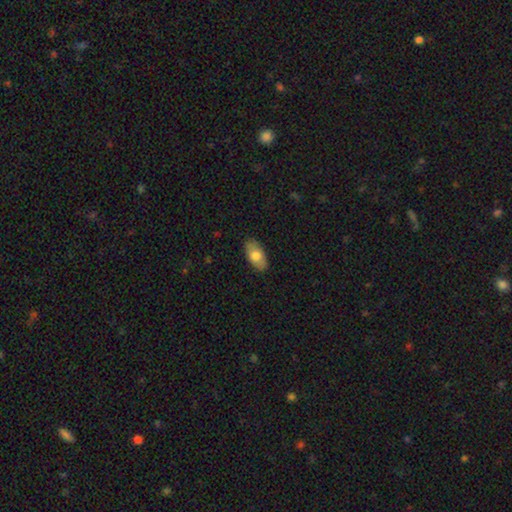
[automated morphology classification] A smooth galaxy with no disk features (76%) that is in between round and cigar-shaped (93%).

Vote fractions:
- Smooth or featured? smooth: 76% / featured or disk: 17% / star or artifact: 6%
- How rounded? in between: 93% / cigar-shaped: 4% / round: 4%
- Merging? none: 86% / minor disturbance: 11% / major disturbance: 2% / merger: 1%